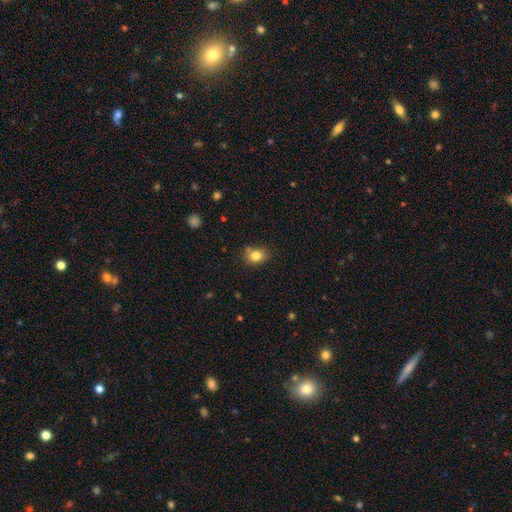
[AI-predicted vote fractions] A smooth galaxy with no disk features (82%) that is in between round and cigar-shaped (59%).

Vote fractions:
- Smooth or featured? smooth: 82% / star or artifact: 10% / featured or disk: 8%
- How rounded? in between: 59% / round: 40% / cigar-shaped: 1%
- Merging? none: 72% / minor disturbance: 15% / merger: 8% / major disturbance: 4%